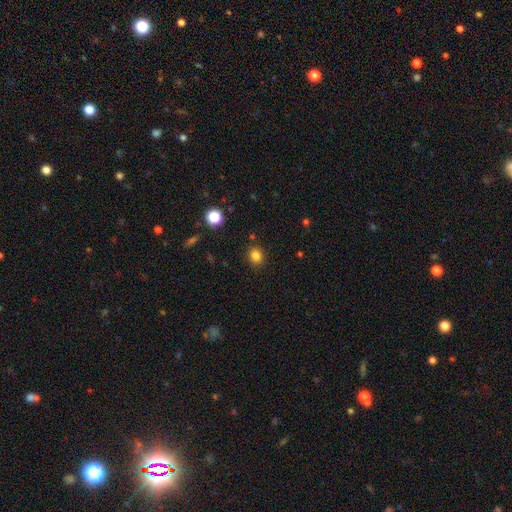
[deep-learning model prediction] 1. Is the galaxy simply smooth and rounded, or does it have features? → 82% smooth, 13% star or artifact, 5% featured or disk.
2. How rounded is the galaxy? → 58% round, 41% in between, 1% cigar-shaped.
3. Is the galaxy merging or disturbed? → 85% none, 10% minor disturbance, 3% major disturbance, 2% merger.